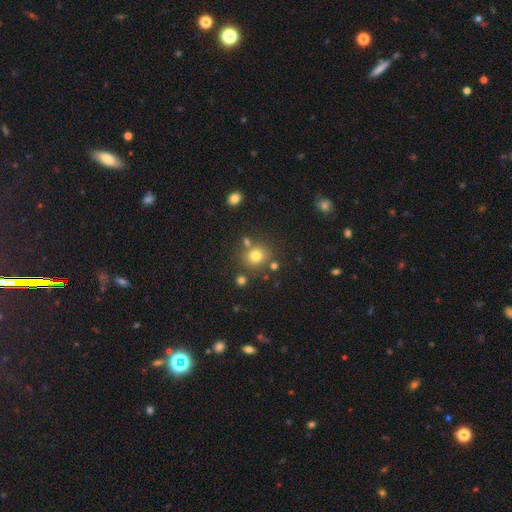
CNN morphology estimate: A smooth galaxy with no disk features (76%) that is round (84%).

Vote fractions:
- Smooth or featured? smooth: 76% / star or artifact: 15% / featured or disk: 9%
- How rounded? round: 84% / in between: 16% / cigar-shaped: 1%
- Merging? none: 75% / merger: 11% / minor disturbance: 10% / major disturbance: 4%